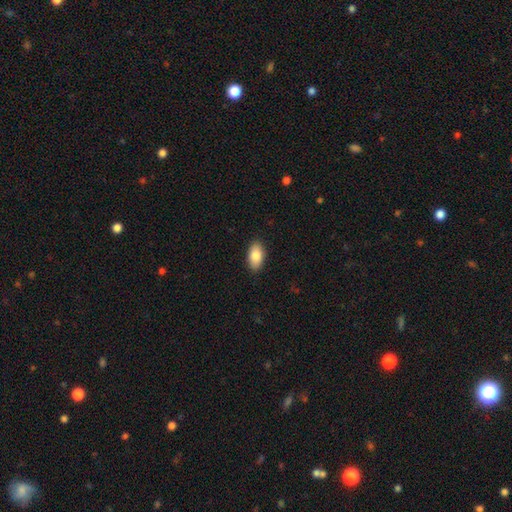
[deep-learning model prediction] Overall: smooth (84%). How rounded: in between (94%). Merging: none (89%).